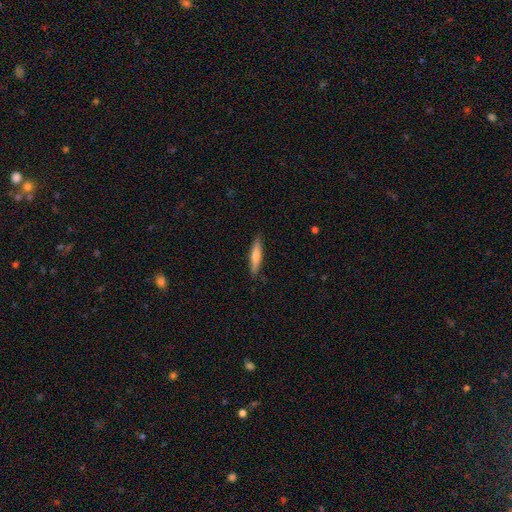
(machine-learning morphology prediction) Overall: smooth (62%; featured or disk 32%). How rounded: cigar-shaped (83%). Merging: none (87%).